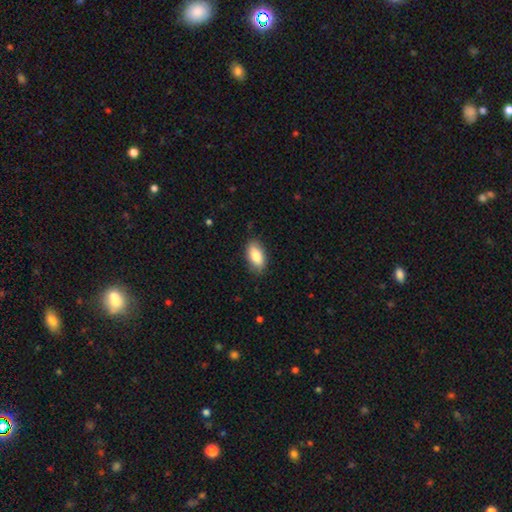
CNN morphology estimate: smooth 82%, featured or disk 12%, star or artifact 6%. Down the decision tree: how rounded — in between (92%); merging — none (84%).